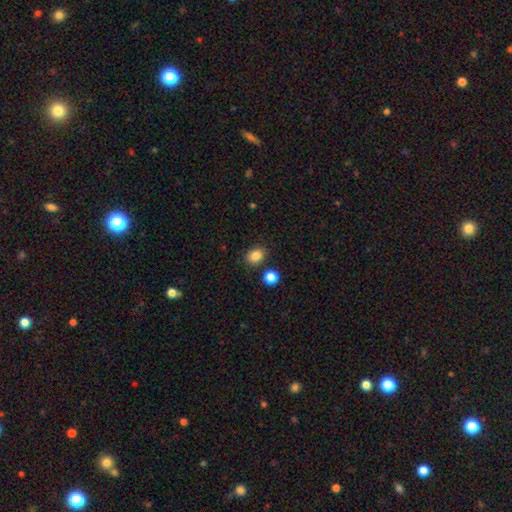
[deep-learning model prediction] The model was most divided on "how rounded": round: 55%, in between: 44%, cigar-shaped: 1%. More confident: smooth or featured — smooth (84%); merging — none (83%).